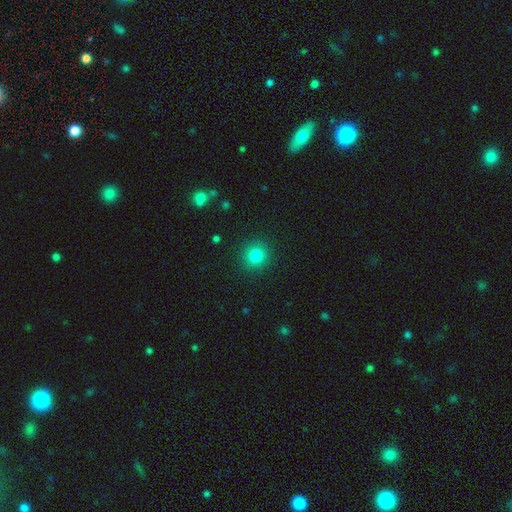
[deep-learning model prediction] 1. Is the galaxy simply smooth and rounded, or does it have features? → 82% smooth, 12% star or artifact, 6% featured or disk.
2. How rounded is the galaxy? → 93% round, 6% in between, 1% cigar-shaped.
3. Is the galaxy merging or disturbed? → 91% none, 6% minor disturbance, 2% major disturbance, 1% merger.